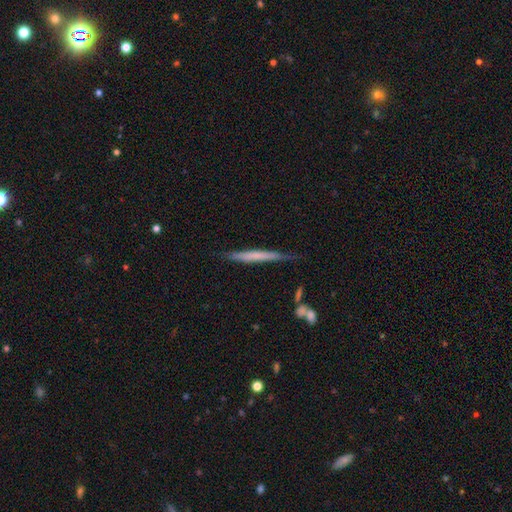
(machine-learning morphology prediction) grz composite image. It shows a smooth galaxy with no disk features (53%) that is cigar-shaped (96%). Merging: none (78%).